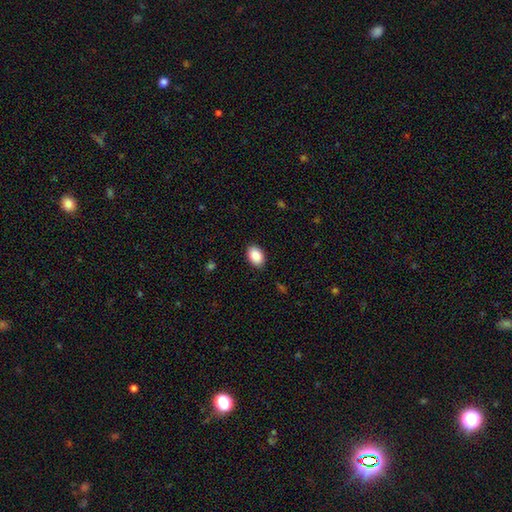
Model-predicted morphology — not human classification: Smooth or featured? smooth (89%)
How rounded? in between (87%)
Merging? none (88%)